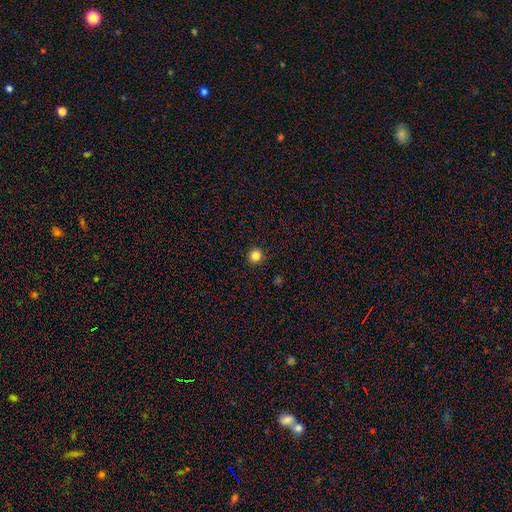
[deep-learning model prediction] Morphology: type=smooth (83%); roundness=round (94%); merging=none (93%).